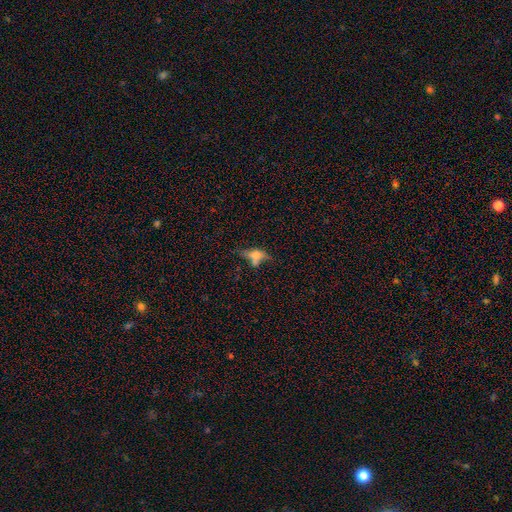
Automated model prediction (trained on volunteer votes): The model was most divided on "smooth or featured": smooth: 49%, featured or disk: 39%, star or artifact: 12%. Remaining: merging — none (41%).